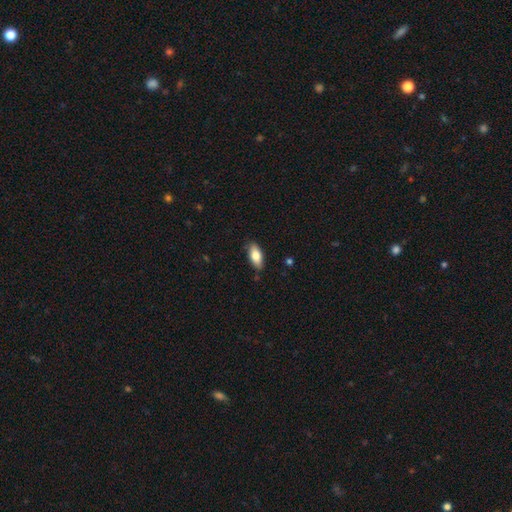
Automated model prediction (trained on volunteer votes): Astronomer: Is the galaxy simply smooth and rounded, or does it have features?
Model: smooth — 79%.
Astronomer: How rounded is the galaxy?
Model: in between — 86%.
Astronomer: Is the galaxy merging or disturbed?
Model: none — 84%.